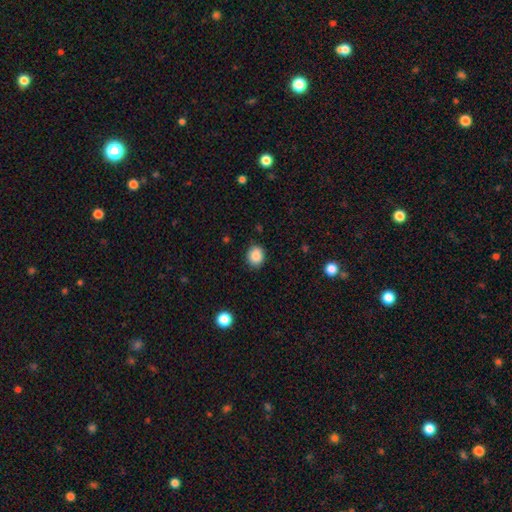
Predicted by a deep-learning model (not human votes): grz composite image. It shows a smooth galaxy with no disk features (87%) that is round (67%). Merging: none (86%).